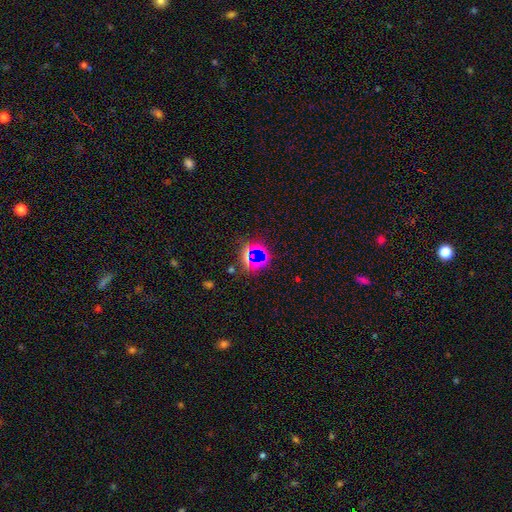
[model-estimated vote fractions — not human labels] Overall: star or artifact (63%; smooth 26%).